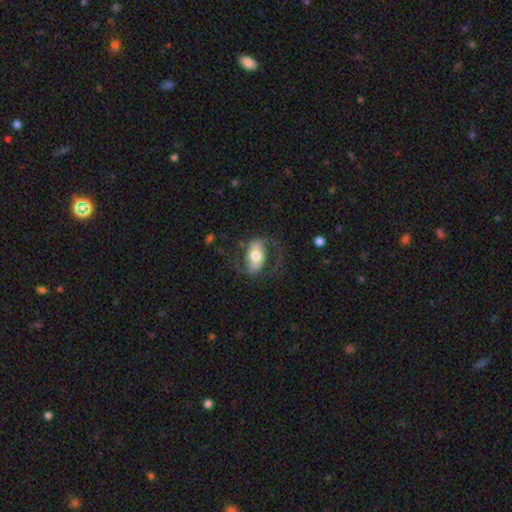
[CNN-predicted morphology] A featured or disk galaxy (67%) with a strong bar (35%), 2 (88%) loose (45%) spiral arms (83%) and a moderate central bulge (65%). Merging: none (61%).